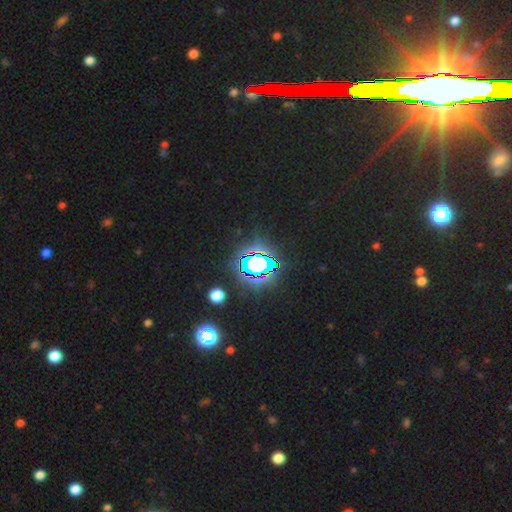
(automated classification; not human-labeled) Morphology: type=star or artifact (84%).